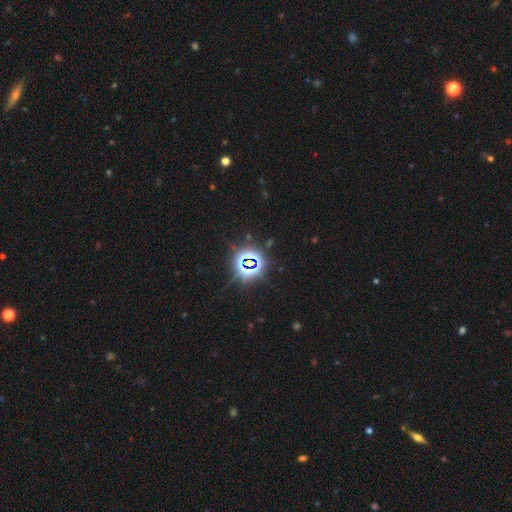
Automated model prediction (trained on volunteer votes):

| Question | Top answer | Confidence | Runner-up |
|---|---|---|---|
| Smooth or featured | star or artifact | 82% | smooth (10%) |